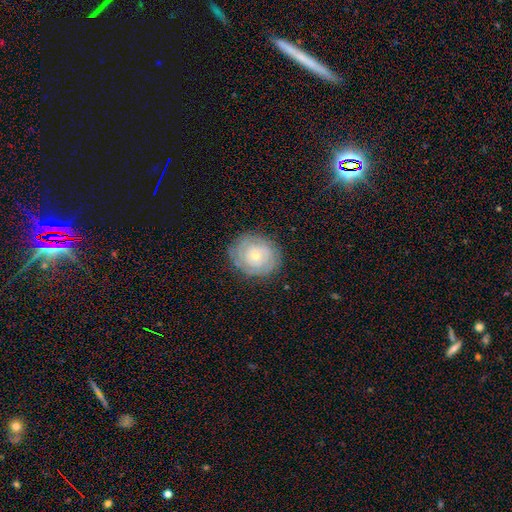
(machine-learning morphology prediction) This is likely a featured or disk galaxy (64%). It is clearly not viewed edge-on (97%). Bar: clearly no (85%). Spiral arm pattern: likely yes (77%). Central bulge: likely small (70%). Merging: clearly none (81%).